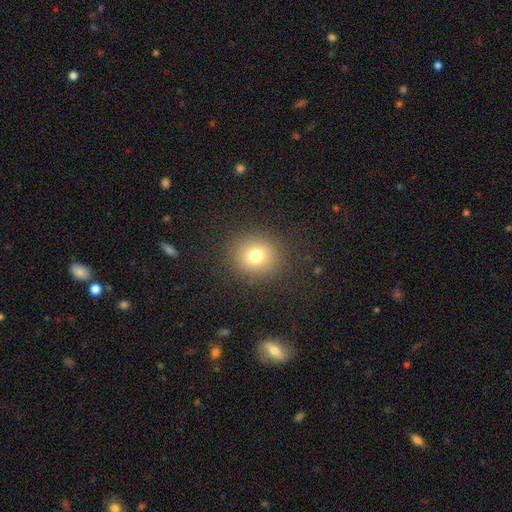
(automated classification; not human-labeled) Smooth or featured?
  - smooth: 76% *
  - star or artifact: 15%
  - featured or disk: 10%
How rounded?
  - round: 83% *
  - in between: 16%
  - cigar-shaped: 1%
Merging?
  - none: 88% *
  - minor disturbance: 7%
  - major disturbance: 4%
  - merger: 1%